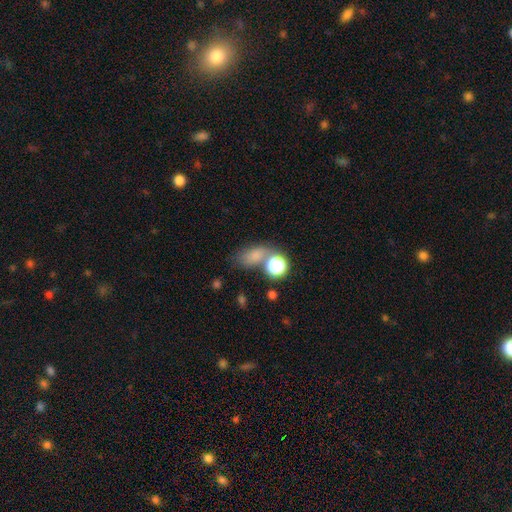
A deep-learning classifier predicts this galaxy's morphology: type=smooth (72%); roundness=in between (71%); merging=none (53%).